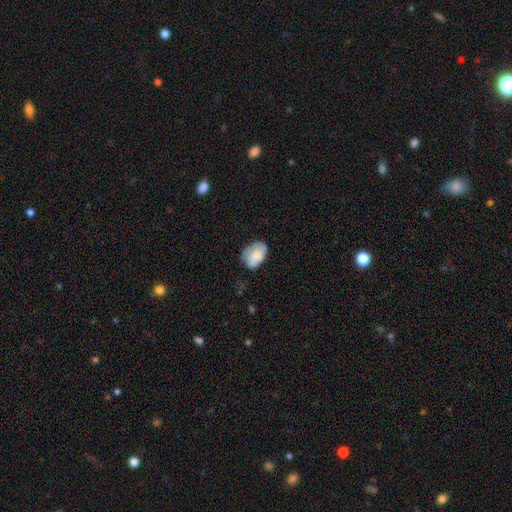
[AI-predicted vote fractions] smooth_or_featured: smooth (p=0.78) [alt: featured or disk p=0.14]
how_rounded: in between (p=0.84) [alt: round p=0.15]
merging: none (p=0.54) [alt: minor disturbance p=0.33]